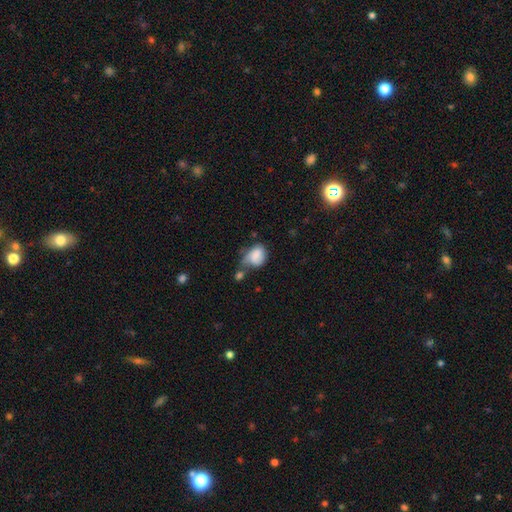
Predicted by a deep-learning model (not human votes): The model was most divided on "merging": minor disturbance: 29%, none: 28%, major disturbance: 22%, merger: 20%. More confident: smooth or featured — smooth (77%); how rounded — in between (67%).